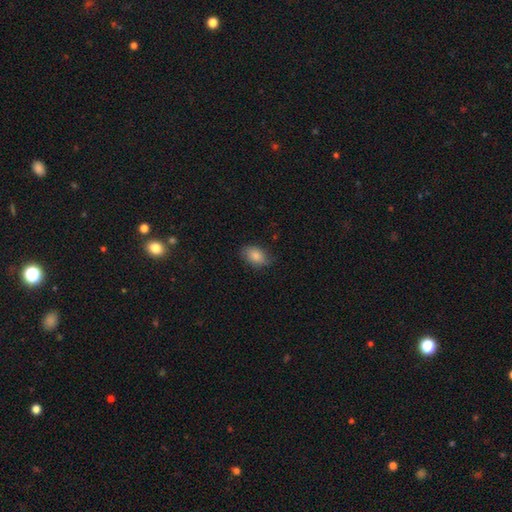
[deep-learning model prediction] smooth 85%, featured or disk 8%, star or artifact 8%. Down the decision tree: how rounded — in between (85%); merging — none (79%).